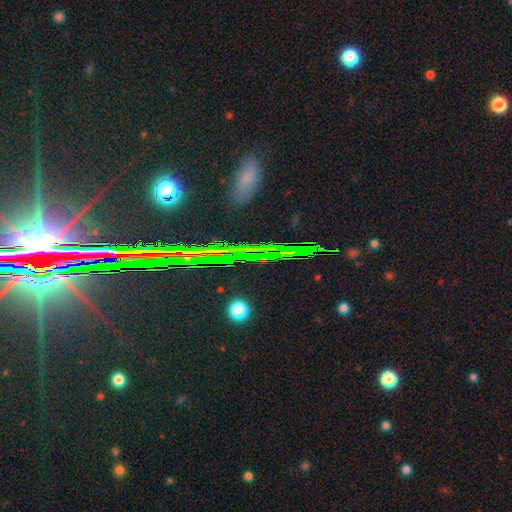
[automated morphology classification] Q: Smooth or featured?
A: star or artifact (71%); runner-up: smooth (17%)